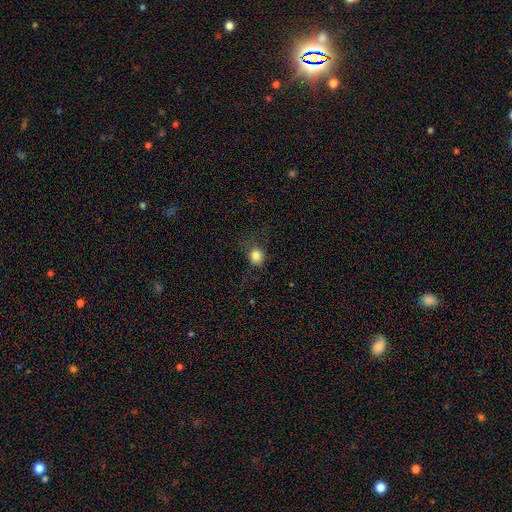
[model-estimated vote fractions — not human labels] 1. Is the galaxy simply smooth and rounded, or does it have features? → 81% smooth, 12% star or artifact, 6% featured or disk.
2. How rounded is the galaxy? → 84% round, 15% in between, 1% cigar-shaped.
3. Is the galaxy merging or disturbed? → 66% none, 20% minor disturbance, 13% major disturbance, 2% merger.